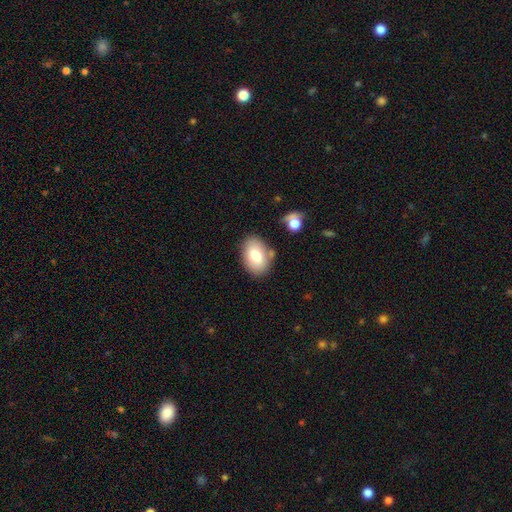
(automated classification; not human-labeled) smooth 79%, featured or disk 14%, star or artifact 8%. Down the decision tree: how rounded — in between (86%); merging — none (74%).